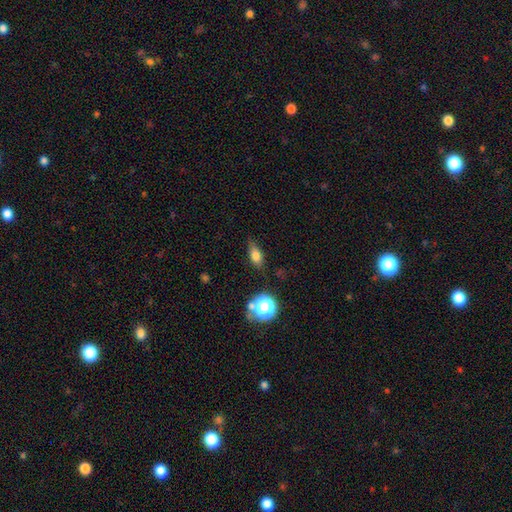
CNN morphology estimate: type=smooth (69%); roundness=in between (68%); merging=none (66%).